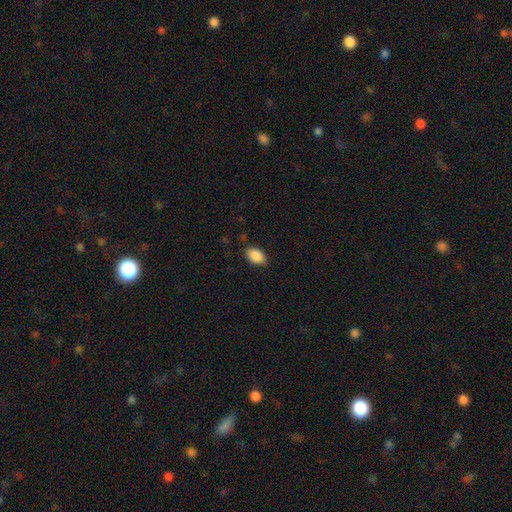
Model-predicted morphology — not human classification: smooth_or_featured: smooth (p=0.89) [alt: star or artifact p=0.07]
how_rounded: in between (p=0.90) [alt: round p=0.09]
merging: none (p=0.84) [alt: minor disturbance p=0.12]